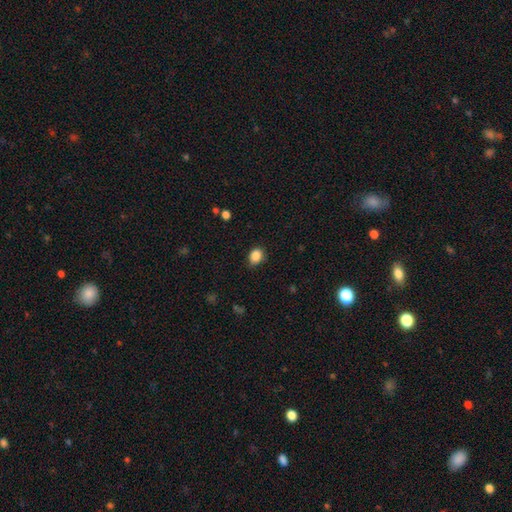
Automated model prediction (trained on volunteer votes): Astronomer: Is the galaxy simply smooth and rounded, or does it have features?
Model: smooth — 87%.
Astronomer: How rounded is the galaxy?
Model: in between — 58% (runner-up: round, 41%).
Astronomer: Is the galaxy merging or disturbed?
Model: none — 82%.